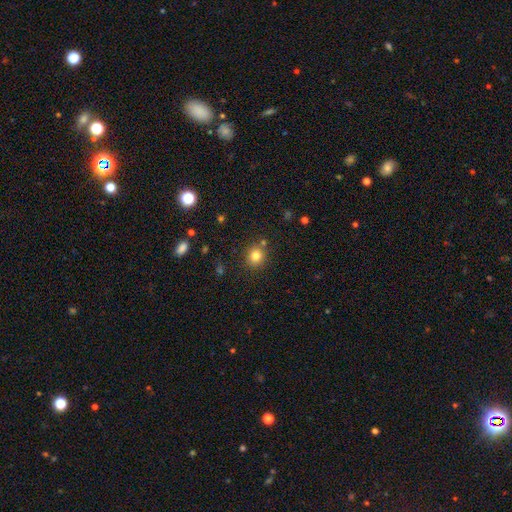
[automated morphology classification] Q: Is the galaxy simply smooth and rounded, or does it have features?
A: smooth — 80%.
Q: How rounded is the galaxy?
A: round — 86%.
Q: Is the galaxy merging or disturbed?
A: none — 82%.